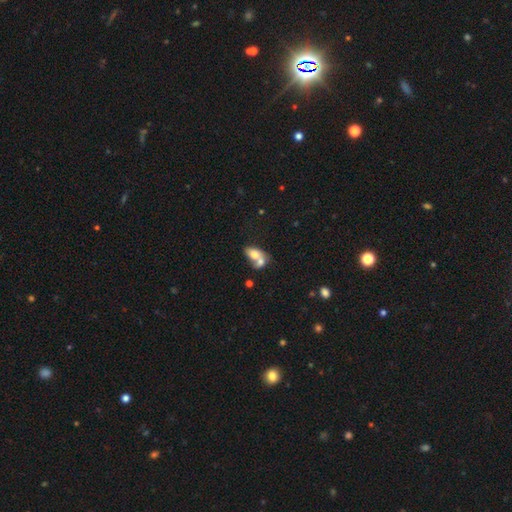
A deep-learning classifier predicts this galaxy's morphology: smooth-or-featured: smooth: 70% | featured or disk: 22% | star or artifact: 8%
  how-rounded: in between: 82% | round: 14% | cigar-shaped: 3%
  merging: merger: 71% | none: 17% | minor disturbance: 7% | major disturbance: 5%